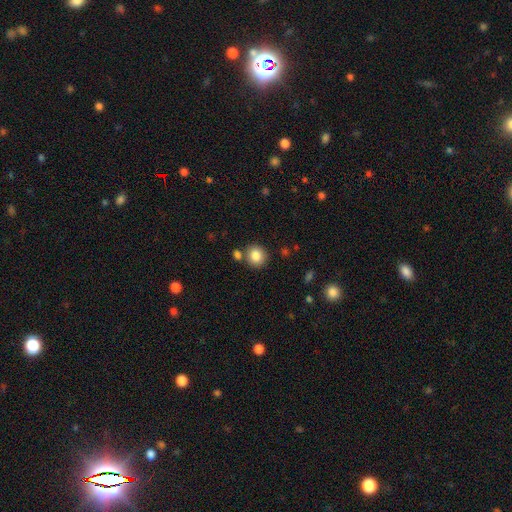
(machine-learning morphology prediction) Smooth or featured? Predicted: smooth (p=0.84). How rounded? Predicted: round (p=0.85). Merging? Predicted: none (p=0.78).